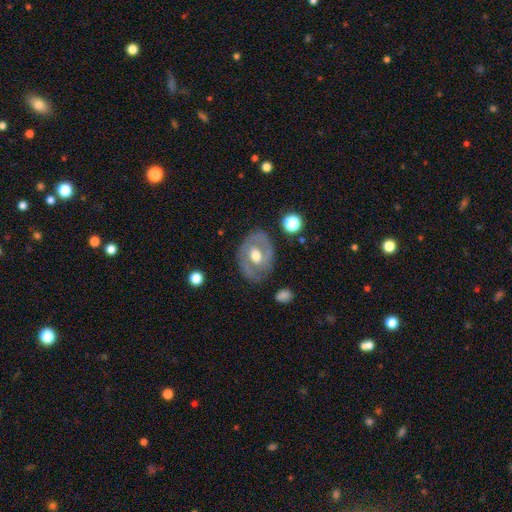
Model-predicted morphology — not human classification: This is likely a featured or disk galaxy (64%). It is clearly not viewed edge-on (94%). Bar: likely no (64%). Spiral arm pattern: possibly no (55%). Central bulge: likely moderate (67%). Merging: likely none (76%).